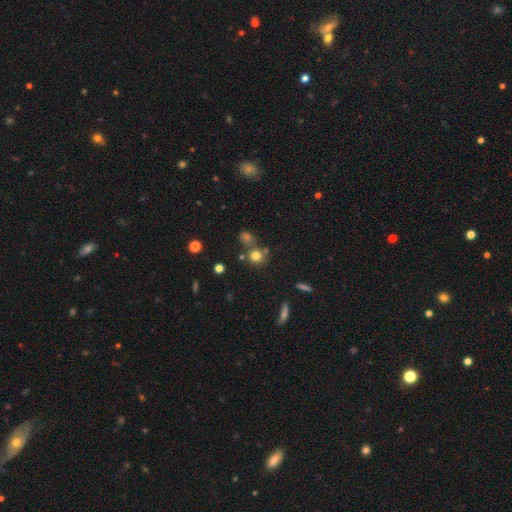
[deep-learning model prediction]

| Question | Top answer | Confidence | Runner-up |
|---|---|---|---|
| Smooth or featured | smooth | 74% | star or artifact (16%) |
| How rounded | round | 88% | in between (11%) |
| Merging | none | 63% | merger (23%) |